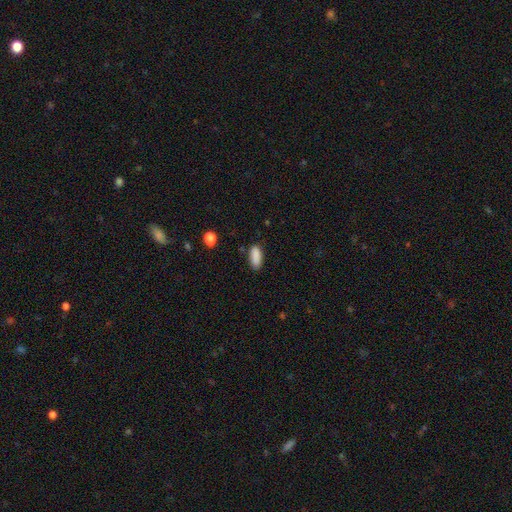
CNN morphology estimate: Smooth or featured: smooth — 89% (star or artifact — 7%)
How rounded: in between — 80% (cigar-shaped — 18%)
Merging: none — 82% (minor disturbance — 13%)